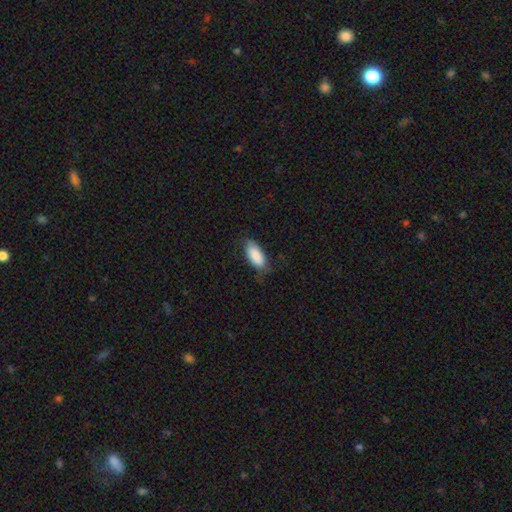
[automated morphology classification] Smooth or featured? Predicted: smooth (p=0.87). How rounded? Predicted: in between (p=0.89). Merging? Predicted: none (p=0.70).